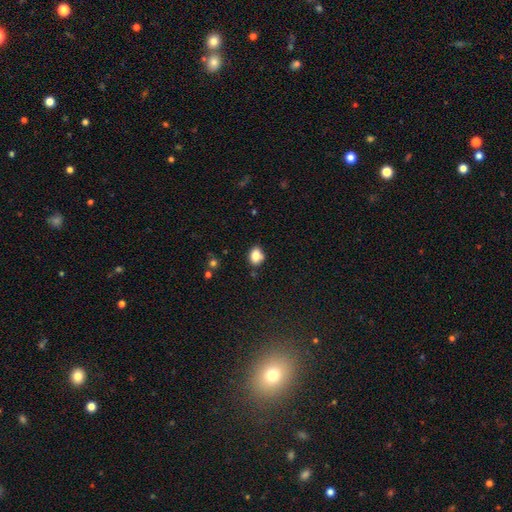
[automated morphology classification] Overall: smooth (82%). How rounded: in between (59%; round 40%). Merging: none (72%).